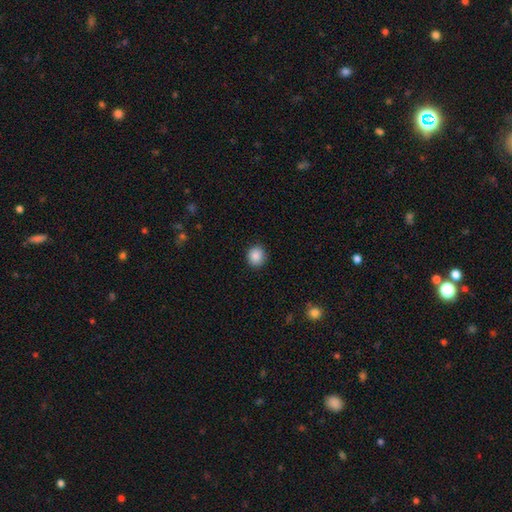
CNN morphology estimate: This is clearly a smooth galaxy (88%). How rounded: clearly round (86%). Merging: clearly none (90%).